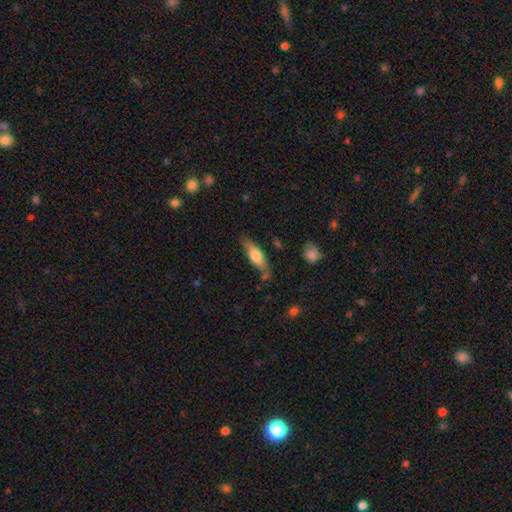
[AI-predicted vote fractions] Morphology: type=smooth (62%); roundness=cigar-shaped (51%); merging=none (74%).